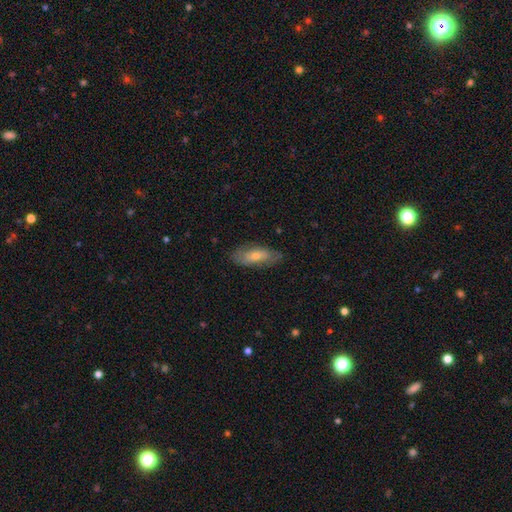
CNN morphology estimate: smooth_or_featured: smooth (p=0.48) [alt: featured or disk p=0.45]
merging: none (p=0.79) [alt: minor disturbance p=0.16]